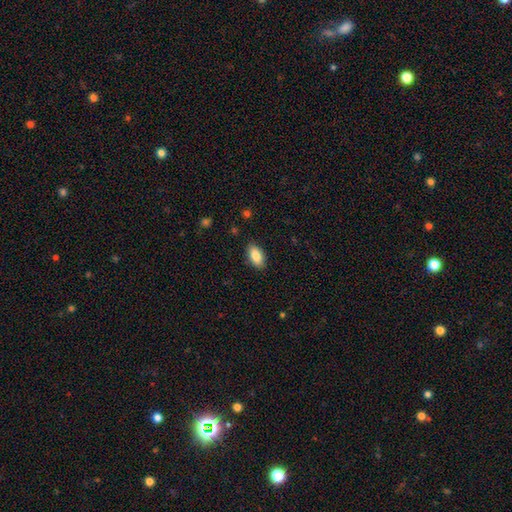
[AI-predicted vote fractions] A smooth galaxy with no disk features (88%) that is in between round and cigar-shaped (93%).

Vote fractions:
- Smooth or featured? smooth: 88% / star or artifact: 7% / featured or disk: 6%
- How rounded? in between: 93% / cigar-shaped: 4% / round: 3%
- Merging? none: 87% / minor disturbance: 10% / major disturbance: 2% / merger: 1%